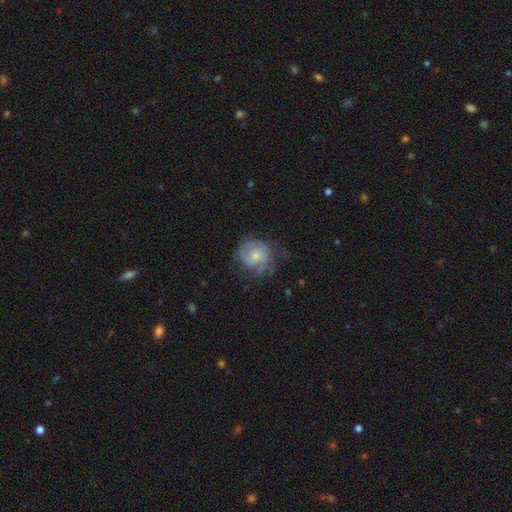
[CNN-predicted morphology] Smooth or featured?
  - featured or disk: 69% *
  - smooth: 24%
  - star or artifact: 7%
Edge-on disk?
  - no: 98% *
  - yes: 2%
Bar?
  - no: 74% *
  - weak: 23%
  - strong: 3%
Spiral arms?
  - yes: 89% *
  - no: 11%
Spiral winding?
  - tight: 49% *
  - medium: 38%
  - loose: 13%
Spiral arm count?
  - 2: 35% *
  - can't tell: 30%
  - 3: 20%
  - 1: 6%
  - 4: 5%
  - more than 4: 4%
Bulge size?
  - small: 62% *
  - moderate: 30%
  - none: 4%
  - large: 2%
  - dominant: 1%
Merging?
  - none: 61% *
  - minor disturbance: 23%
  - major disturbance: 15%
  - merger: 1%